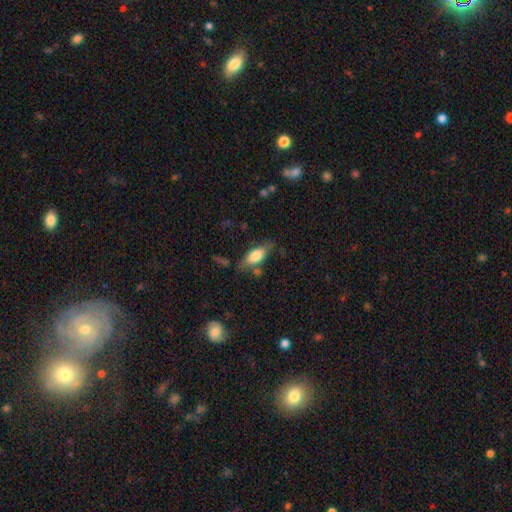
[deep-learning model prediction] A smooth galaxy with no disk features (71%) that is in between round and cigar-shaped (79%).

Vote fractions:
- Smooth or featured? smooth: 71% / featured or disk: 23% / star or artifact: 7%
- How rounded? in between: 79% / cigar-shaped: 18% / round: 3%
- Merging? none: 65% / minor disturbance: 21% / major disturbance: 7% / merger: 7%